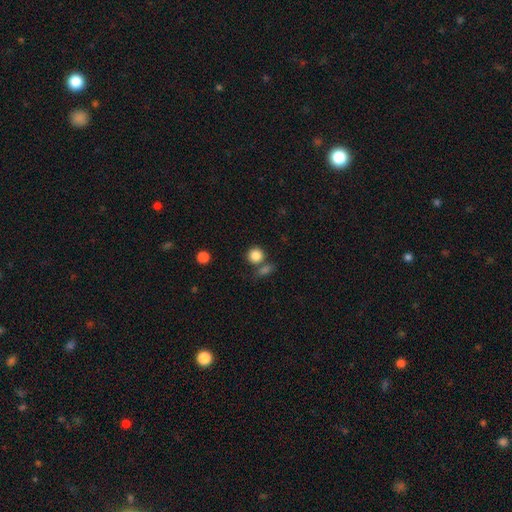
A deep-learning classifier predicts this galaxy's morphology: Overall: smooth (85%). How rounded: round (89%). Merging: none (66%).